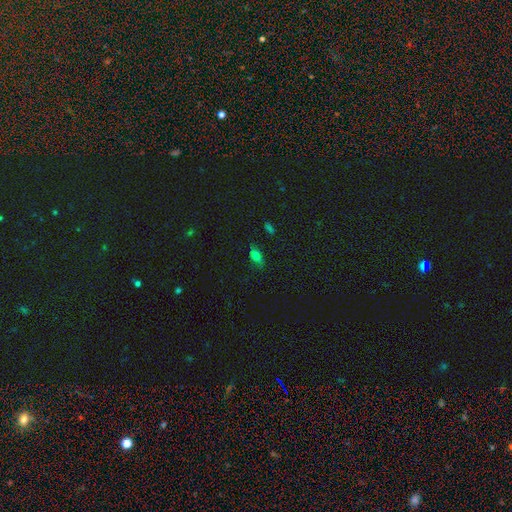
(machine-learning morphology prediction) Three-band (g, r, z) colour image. It shows a smooth galaxy with no disk features (68%) that is in between round and cigar-shaped (81%). Merging: none (72%).